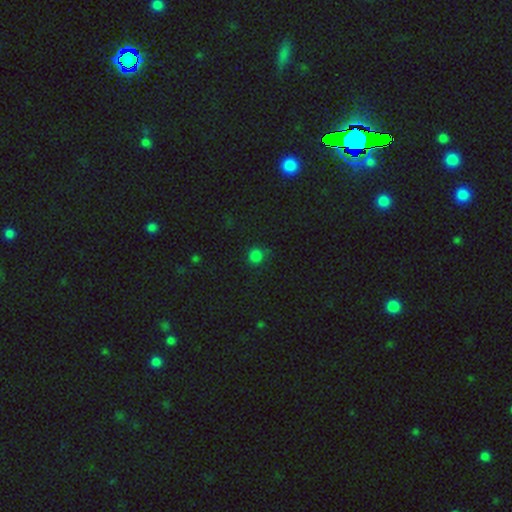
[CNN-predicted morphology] Overall: smooth (75%). How rounded: round (89%). Merging: none (79%).